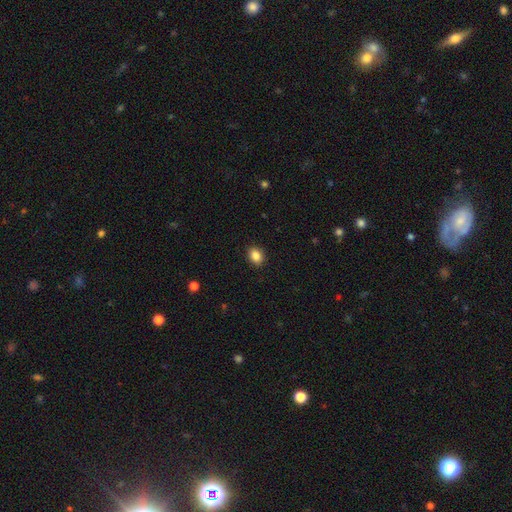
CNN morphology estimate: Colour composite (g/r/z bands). It shows a smooth galaxy with no disk features (86%) that is in between round and cigar-shaped (60%). Merging: none (90%).